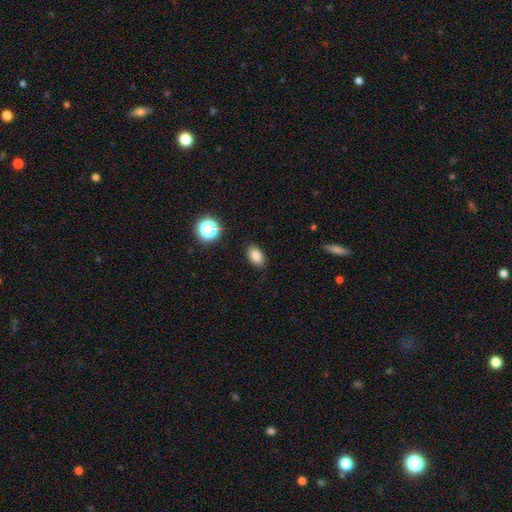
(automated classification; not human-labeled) This is clearly a smooth galaxy (82%). How rounded: clearly in between (86%). Merging: clearly none (88%).